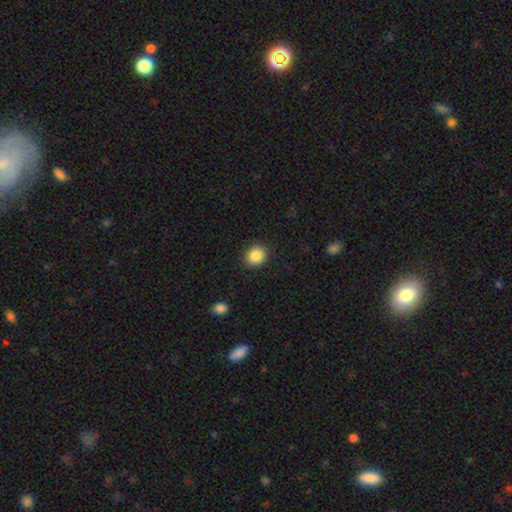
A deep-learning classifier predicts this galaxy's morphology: type=smooth (87%); roundness=round (71%); merging=none (90%).